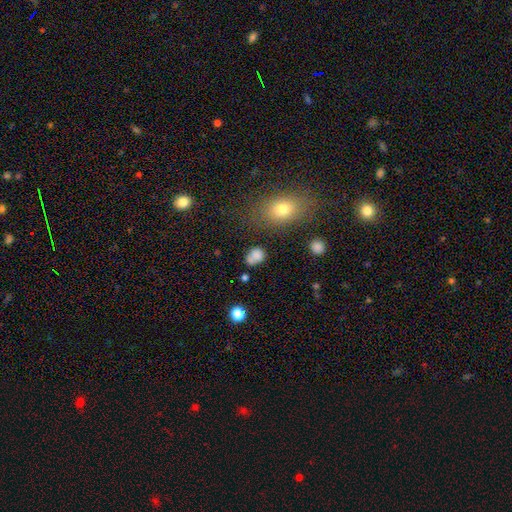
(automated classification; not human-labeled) Smooth or featured?
  - smooth: 77% *
  - star or artifact: 13%
  - featured or disk: 10%
How rounded?
  - in between: 57% *
  - round: 41%
  - cigar-shaped: 2%
Merging?
  - none: 51% *
  - minor disturbance: 24%
  - merger: 13%
  - major disturbance: 12%